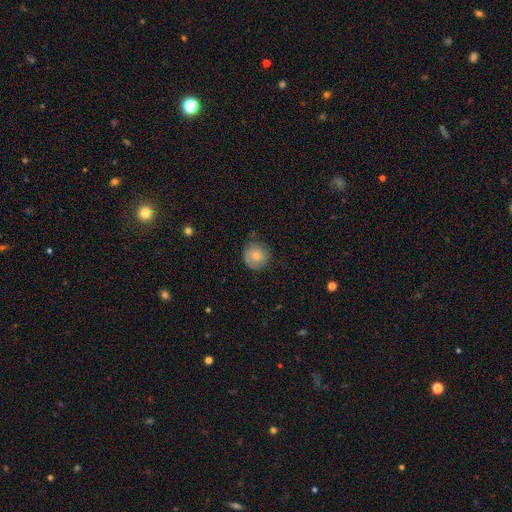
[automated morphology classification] A smooth galaxy with no disk features (72%) that is round (91%).

Vote fractions:
- Smooth or featured? smooth: 72% / featured or disk: 20% / star or artifact: 8%
- How rounded? round: 91% / in between: 8% / cigar-shaped: 1%
- Merging? none: 74% / minor disturbance: 20% / major disturbance: 5% / merger: 1%